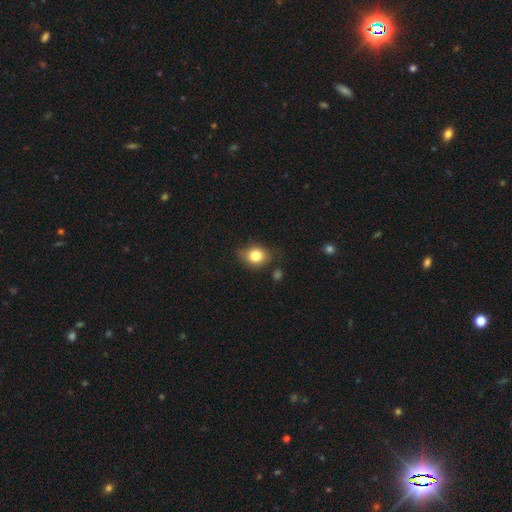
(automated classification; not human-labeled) smooth_or_featured: smooth (p=0.81) [alt: star or artifact p=0.10]
how_rounded: in between (p=0.51) [alt: round p=0.48]
merging: none (p=0.73) [alt: minor disturbance p=0.19]